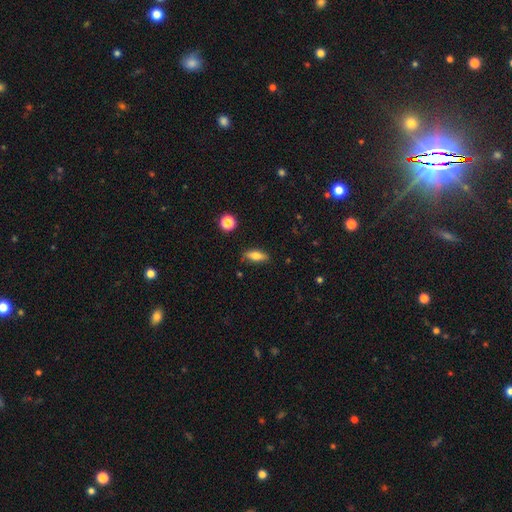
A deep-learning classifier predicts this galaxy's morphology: This appears to be a smooth galaxy with no disk features (68%) that is in between round and cigar-shaped (65%). Merging: none (82%).